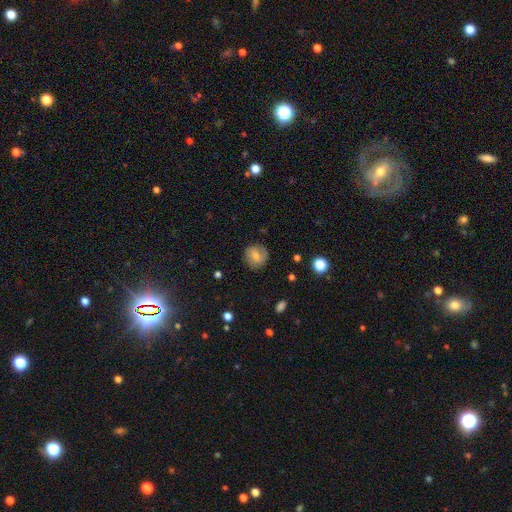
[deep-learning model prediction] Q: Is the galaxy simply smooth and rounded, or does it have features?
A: smooth — 47%.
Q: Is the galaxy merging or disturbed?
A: none — 79%.